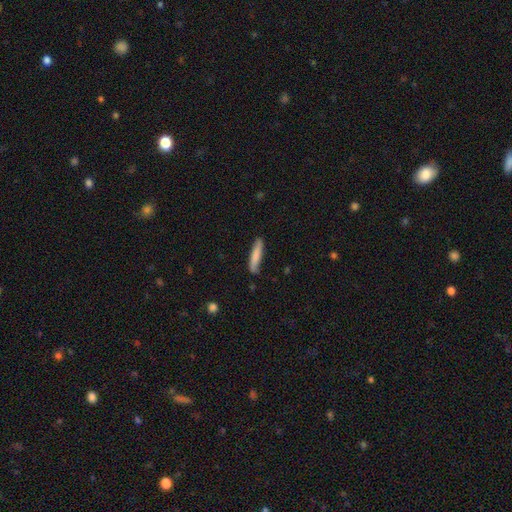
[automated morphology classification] The model was most divided on "merging": none: 79%, minor disturbance: 16%, major disturbance: 3%, merger: 2%. More confident: how rounded — cigar-shaped (89%); smooth or featured — smooth (79%).